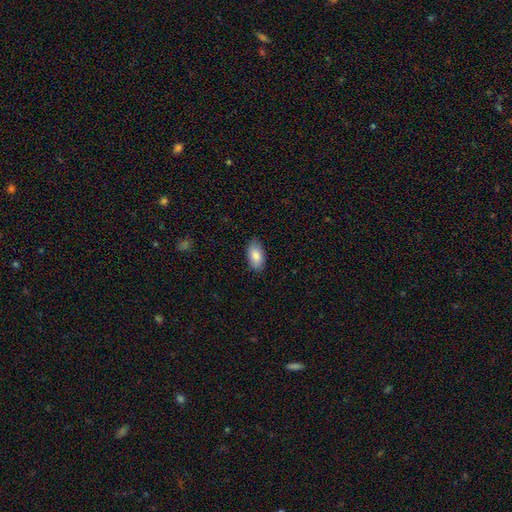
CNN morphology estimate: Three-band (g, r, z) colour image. It shows a smooth galaxy with no disk features (86%) that is in between round and cigar-shaped (93%). Merging: none (86%).